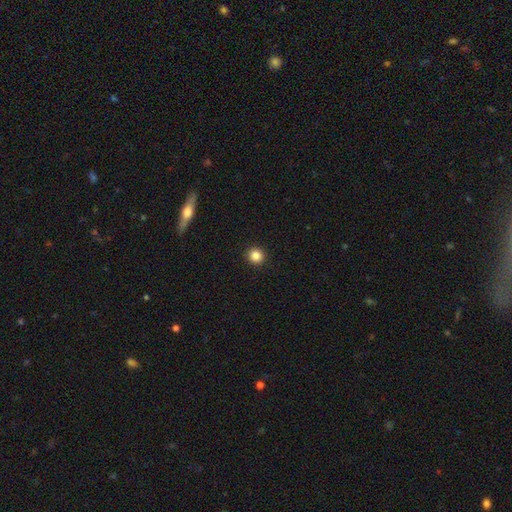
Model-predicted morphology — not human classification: Overall: smooth (85%). How rounded: round (93%). Merging: none (94%).